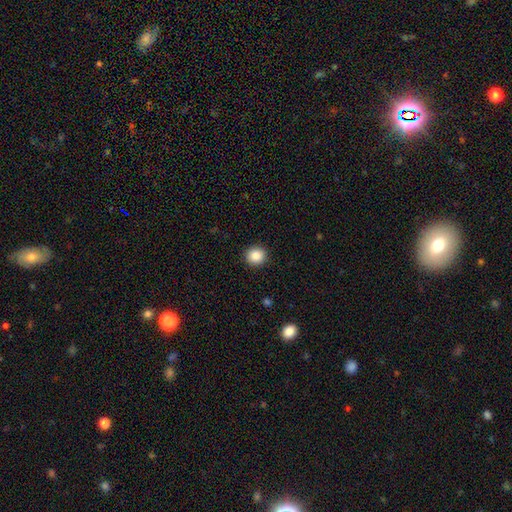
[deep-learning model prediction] Smooth or featured?
  - smooth: 86% *
  - star or artifact: 10%
  - featured or disk: 4%
How rounded?
  - round: 89% *
  - in between: 10%
  - cigar-shaped: 1%
Merging?
  - none: 92% *
  - minor disturbance: 5%
  - major disturbance: 2%
  - merger: 1%